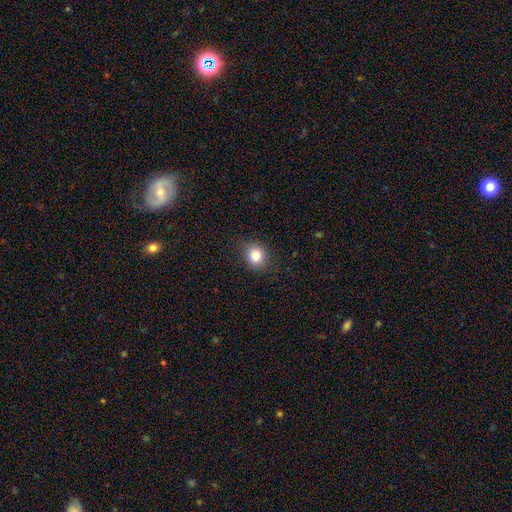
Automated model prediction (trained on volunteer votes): Smooth or featured? smooth (84%)
How rounded? round (74%)
Merging? none (82%)